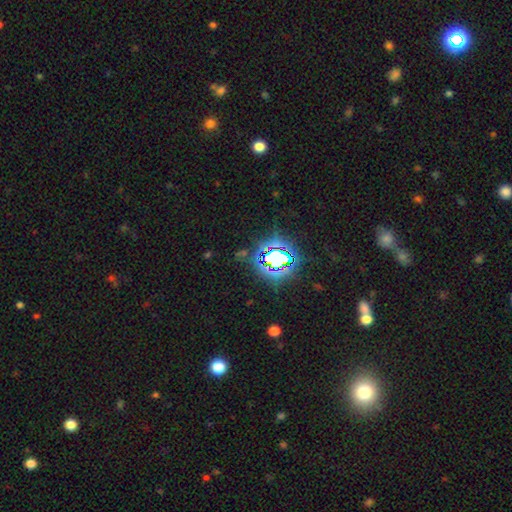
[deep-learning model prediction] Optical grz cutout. It shows a star or artifact, not a galaxy (79%).